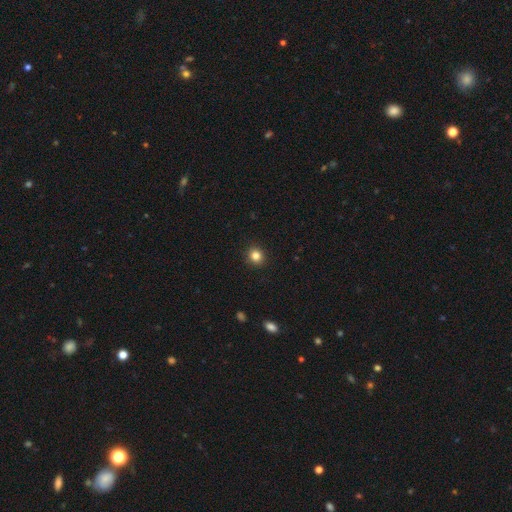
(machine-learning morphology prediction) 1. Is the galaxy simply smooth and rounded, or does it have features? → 84% smooth, 12% star or artifact, 5% featured or disk.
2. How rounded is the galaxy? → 88% round, 11% in between, 1% cigar-shaped.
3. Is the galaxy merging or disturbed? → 92% none, 5% minor disturbance, 2% major disturbance, 1% merger.